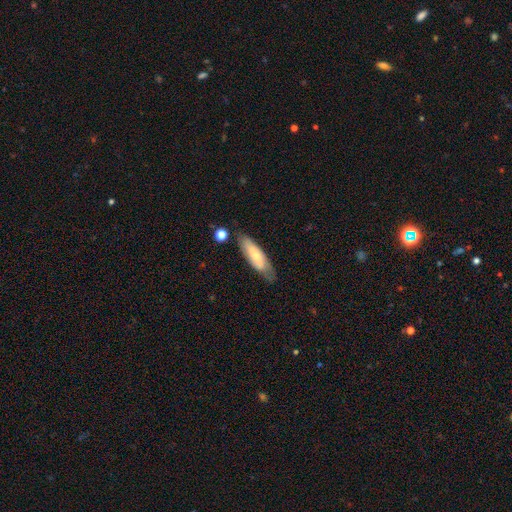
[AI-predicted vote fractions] This appears to be a smooth galaxy with no disk features (60%) that is cigar-shaped (52%). Merging: none (71%).